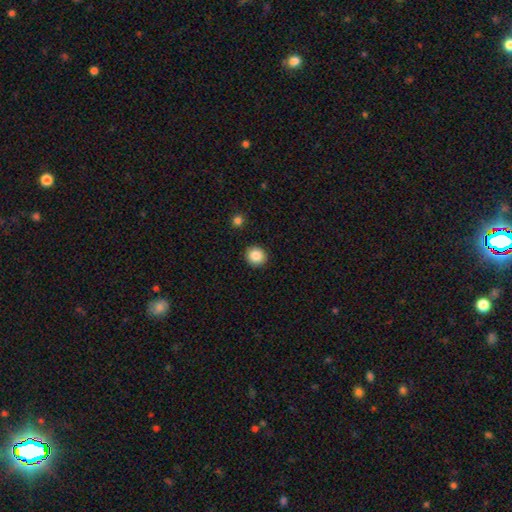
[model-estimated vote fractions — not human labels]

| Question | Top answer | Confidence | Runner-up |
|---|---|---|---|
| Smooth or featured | smooth | 87% | star or artifact (9%) |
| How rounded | round | 86% | in between (13%) |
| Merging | none | 91% | minor disturbance (5%) |